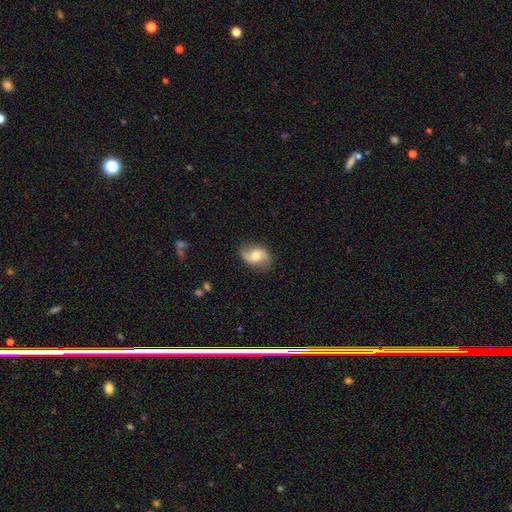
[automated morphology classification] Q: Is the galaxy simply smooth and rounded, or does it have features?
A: featured or disk — 71%.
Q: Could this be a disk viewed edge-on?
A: no — 97%.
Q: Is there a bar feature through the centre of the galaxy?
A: no — 55%.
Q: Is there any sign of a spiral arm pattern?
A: yes — 93%.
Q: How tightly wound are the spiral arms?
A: loose — 66%.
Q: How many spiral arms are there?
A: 2 — 92%.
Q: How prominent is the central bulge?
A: moderate — 66%.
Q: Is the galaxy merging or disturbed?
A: none — 81%.